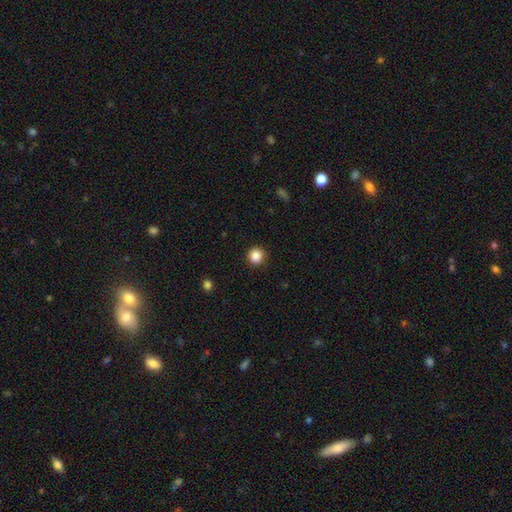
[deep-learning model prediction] smooth-or-featured: smooth: 86% | star or artifact: 10% | featured or disk: 4%
  how-rounded: round: 92% | in between: 7% | cigar-shaped: 1%
  merging: none: 91% | minor disturbance: 6% | major disturbance: 2% | merger: 1%